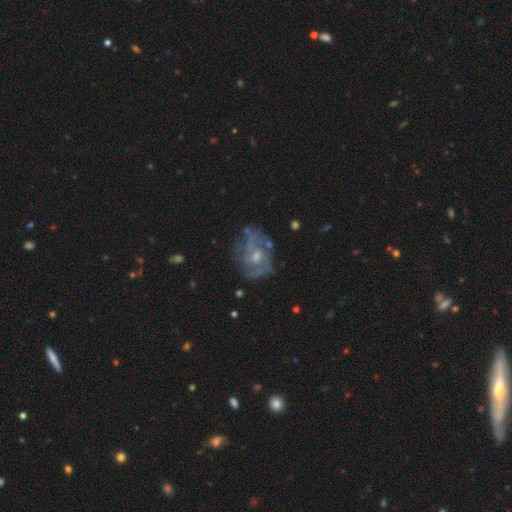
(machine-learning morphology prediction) A featured or disk galaxy (77%) with no bar (56%), 2 (44%) medium (46%) spiral arms (79%) and a moderate central bulge (48%).

Vote fractions:
- Smooth or featured? featured or disk: 77% / smooth: 14% / star or artifact: 9%
- Edge-on disk? no: 97% / yes: 3%
- Bar? no: 56% / weak: 37% / strong: 7%
- Spiral arms? yes: 79% / no: 21%
- Spiral winding? medium: 46% / loose: 28% / tight: 26%
- Spiral arm count? 2: 44% / can't tell: 29% / 3: 14% / 1: 5% / 4: 4% / more than 4: 3%
- Bulge size? moderate: 48% / small: 40% / none: 7% / large: 3% / dominant: 1%
- Merging? none: 56% / minor disturbance: 22% / major disturbance: 18% / merger: 4%